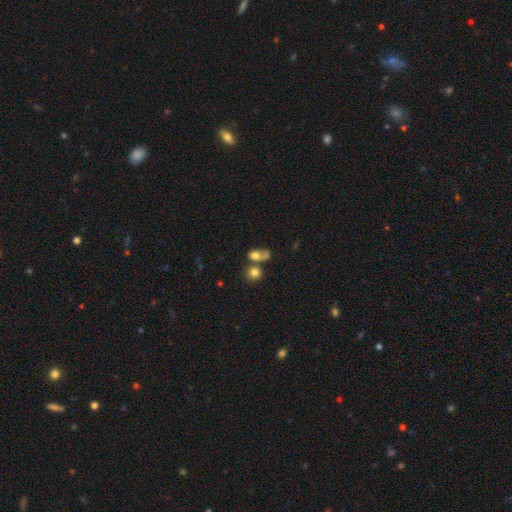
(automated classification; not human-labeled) Morphology: type=smooth (71%); roundness=in between (54%); merging=merger (46%).